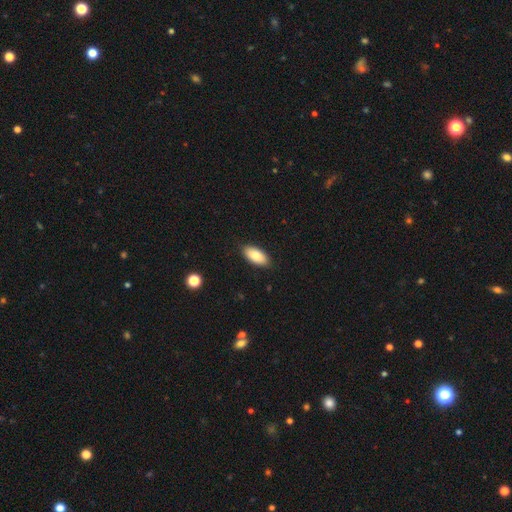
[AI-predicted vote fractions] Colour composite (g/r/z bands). It shows a smooth galaxy with no disk features (82%) that is in between round and cigar-shaped (91%). Merging: none (88%).